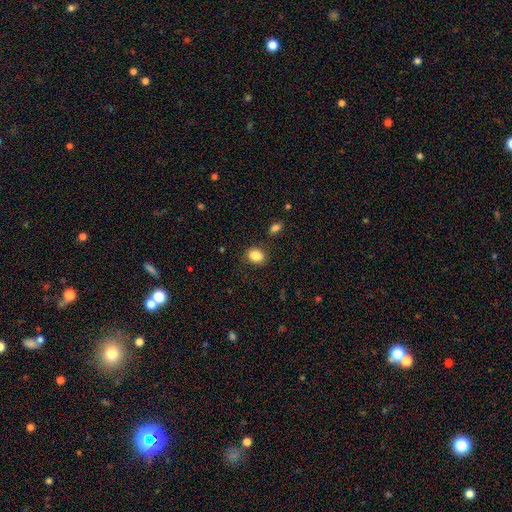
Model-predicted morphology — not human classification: smooth-or-featured: smooth: 86% | star or artifact: 9% | featured or disk: 5%
  how-rounded: round: 50% | in between: 49% | cigar-shaped: 1%
  merging: none: 85% | minor disturbance: 9% | major disturbance: 3% | merger: 3%